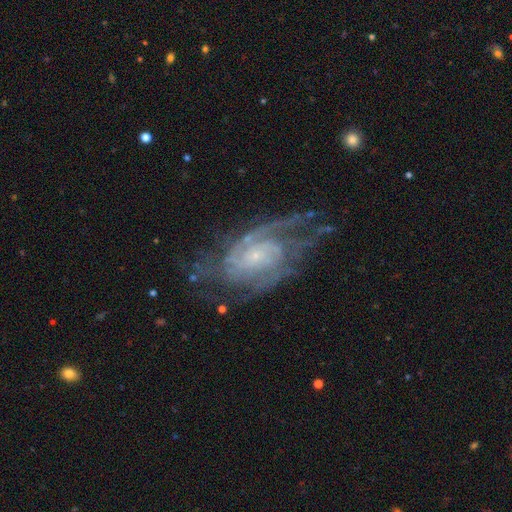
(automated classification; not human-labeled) Smooth or featured? featured or disk (87%)
Edge-on disk? no (96%)
Bar? no (66%)
Spiral arms? yes (95%)
Spiral winding? tight (51%)
Spiral arm count? can't tell (30%)
Bulge size? small (81%)
Merging? none (63%)